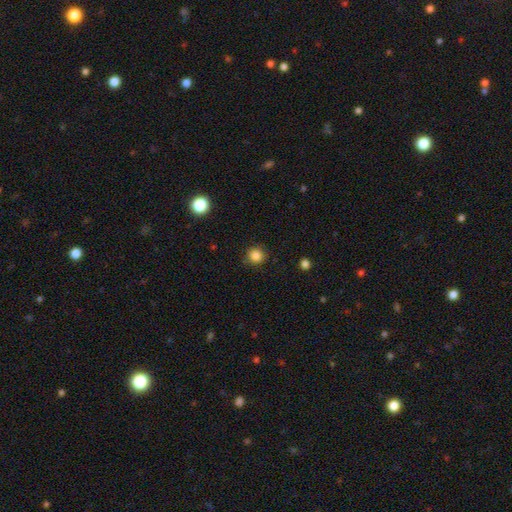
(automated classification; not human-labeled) smooth-or-featured: smooth: 85% | star or artifact: 11% | featured or disk: 4%
  how-rounded: round: 92% | in between: 7% | cigar-shaped: 1%
  merging: none: 86% | minor disturbance: 10% | major disturbance: 3% | merger: 1%